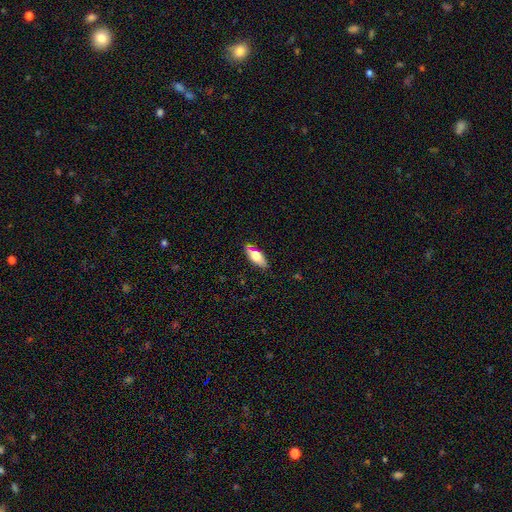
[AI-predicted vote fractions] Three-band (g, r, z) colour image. It shows a smooth galaxy with no disk features (61%) that is in between round and cigar-shaped (70%). Merging: none (81%).